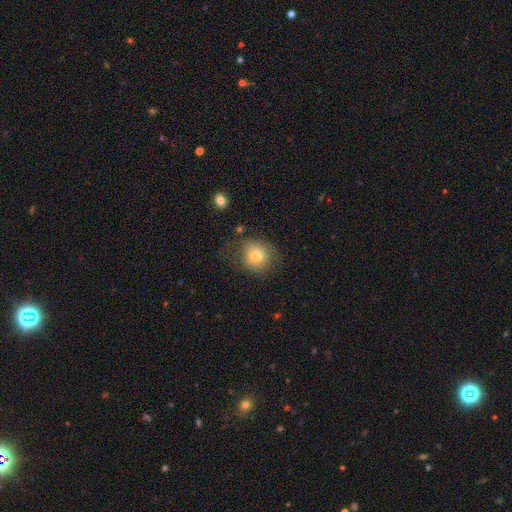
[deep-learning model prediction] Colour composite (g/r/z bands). It shows a smooth galaxy with no disk features (76%) that is round (72%). Merging: none (62%).